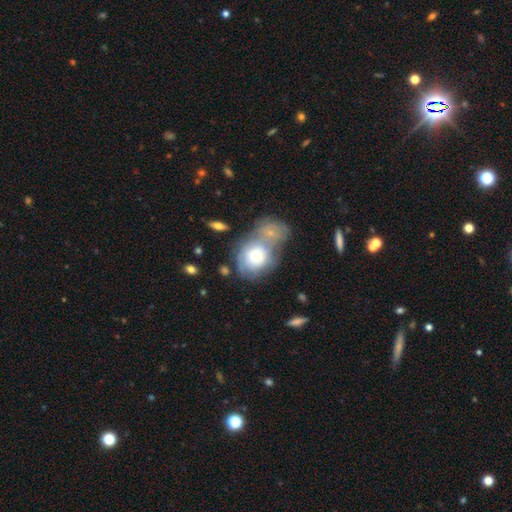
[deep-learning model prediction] The model was most divided on "smooth or featured": smooth: 53%, featured or disk: 38%, star or artifact: 9%. Remaining: how rounded — round (61%); merging — merger (46%).